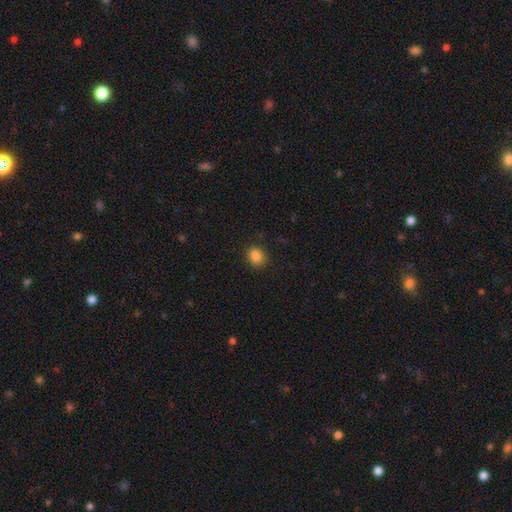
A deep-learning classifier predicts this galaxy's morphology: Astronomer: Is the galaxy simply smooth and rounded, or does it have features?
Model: smooth — 86%.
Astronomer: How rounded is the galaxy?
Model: round — 63%.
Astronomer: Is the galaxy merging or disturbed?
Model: none — 86%.